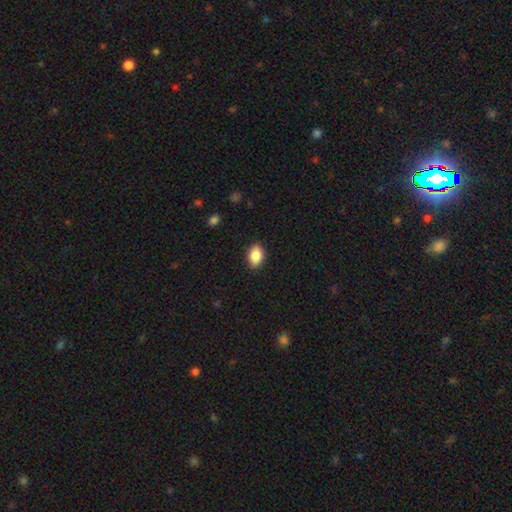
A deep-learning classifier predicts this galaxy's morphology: smooth-or-featured: smooth: 86% | star or artifact: 7% | featured or disk: 6%
  how-rounded: in between: 89% | round: 9% | cigar-shaped: 2%
  merging: none: 89% | minor disturbance: 8% | major disturbance: 2% | merger: 1%